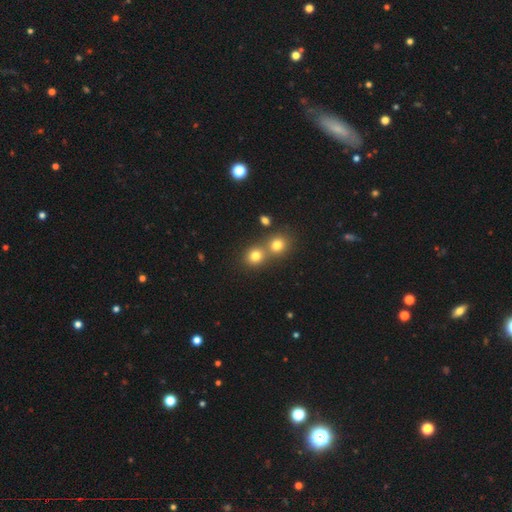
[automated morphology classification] Smooth or featured? Predicted: smooth (p=0.78). How rounded? Predicted: round (p=0.82). Merging? Predicted: none (p=0.49).